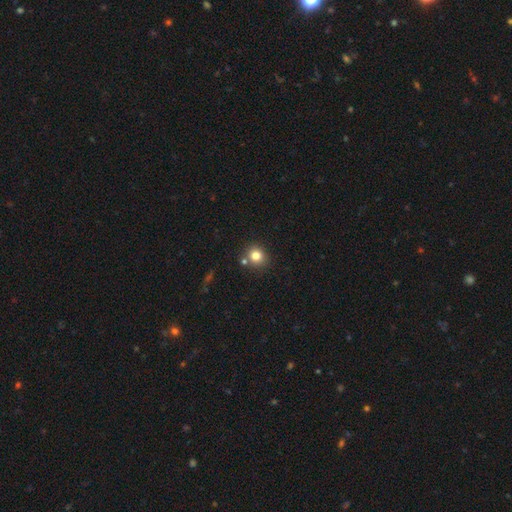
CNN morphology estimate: type=smooth (80%); roundness=round (85%); merging=none (75%).